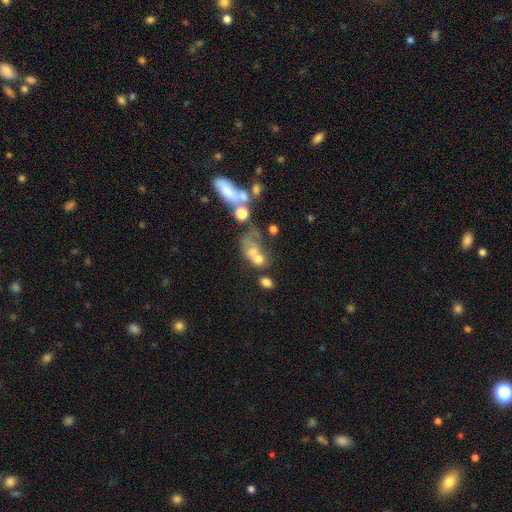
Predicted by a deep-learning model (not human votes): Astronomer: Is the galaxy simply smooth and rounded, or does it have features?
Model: smooth — 48% (runner-up: featured or disk, 34%).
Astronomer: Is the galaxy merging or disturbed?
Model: merger — 53%.